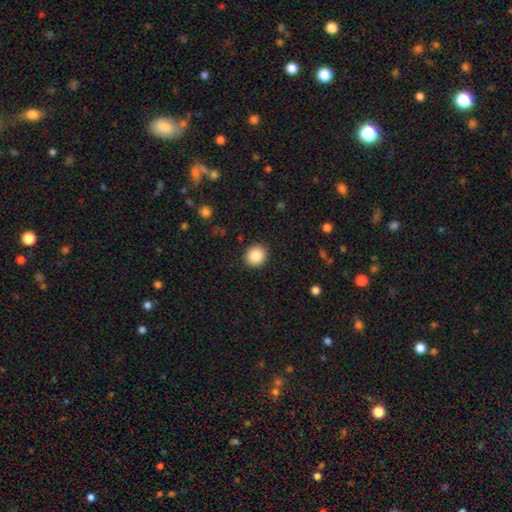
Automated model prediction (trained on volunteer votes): Overall: smooth (86%). How rounded: round (81%). Merging: none (91%).